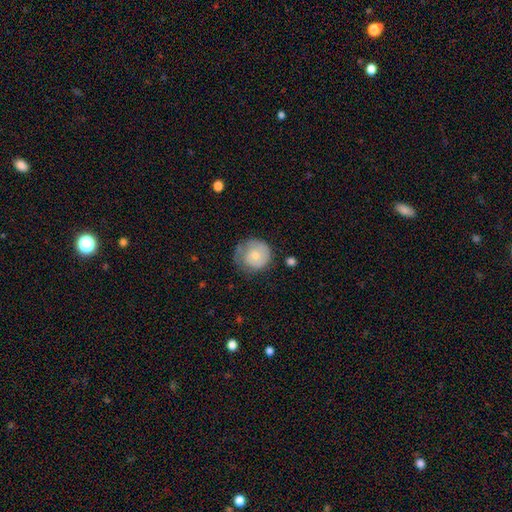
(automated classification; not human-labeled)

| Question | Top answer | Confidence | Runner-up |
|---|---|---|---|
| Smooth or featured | smooth | 59% | featured or disk (35%) |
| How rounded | round | 88% | in between (11%) |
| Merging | none | 53% | minor disturbance (31%) |